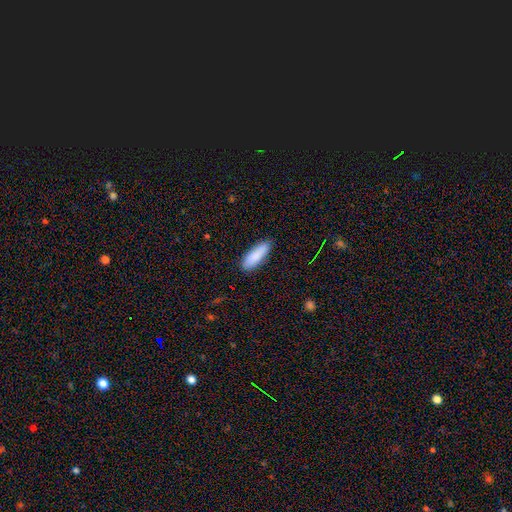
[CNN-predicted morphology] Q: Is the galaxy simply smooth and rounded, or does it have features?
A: smooth — 88%.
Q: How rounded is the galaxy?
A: in between — 57%.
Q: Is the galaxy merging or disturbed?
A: none — 87%.